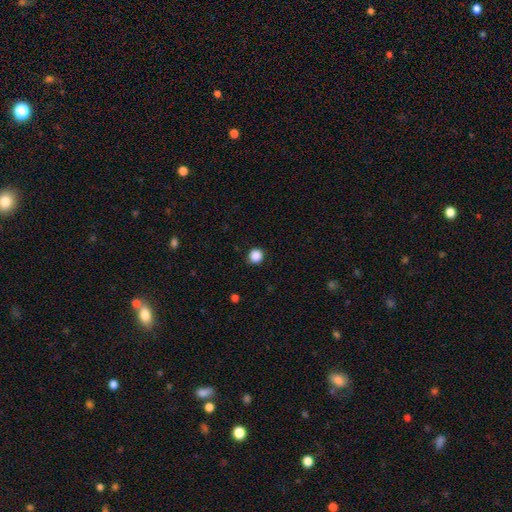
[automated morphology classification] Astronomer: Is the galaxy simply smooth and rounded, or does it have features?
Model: smooth — 88%.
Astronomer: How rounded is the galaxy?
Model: round — 93%.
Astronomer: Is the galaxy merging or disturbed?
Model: none — 91%.